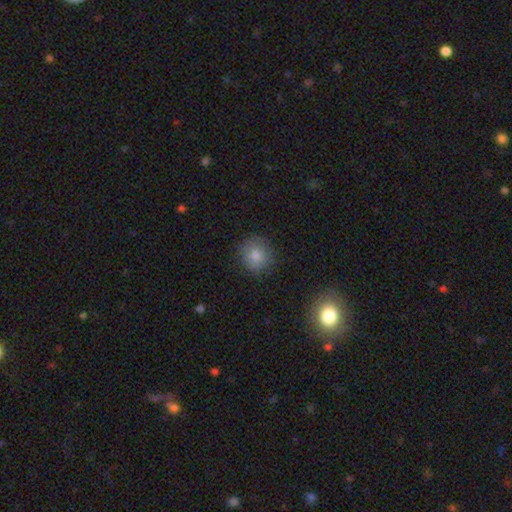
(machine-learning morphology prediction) This appears to be a smooth galaxy with no disk features (84%) that is round (88%). Merging: none (85%).